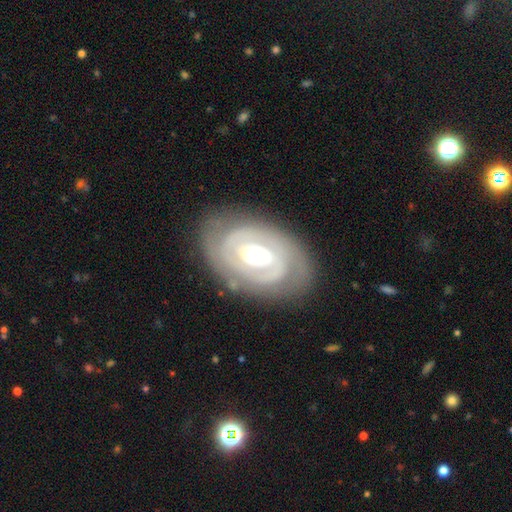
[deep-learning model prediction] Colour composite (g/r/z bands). It shows a featured or disk galaxy (85%) with a weak bar (39%), 2 (56%) tight (73%) spiral arms (88%) and a moderate central bulge (66%). Merging: none (80%).